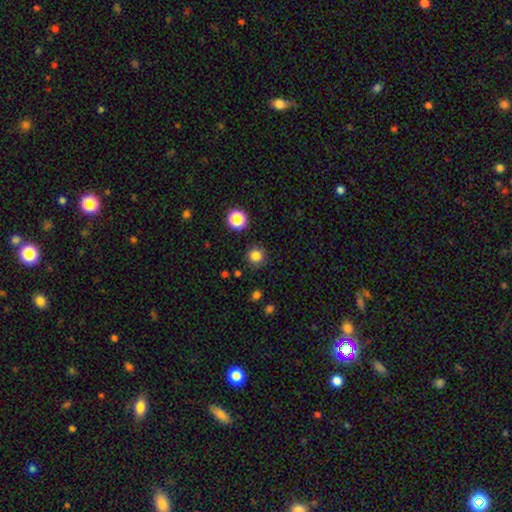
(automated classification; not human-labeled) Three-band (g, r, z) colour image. It shows a smooth galaxy with no disk features (82%) that is round (94%). Merging: none (90%).